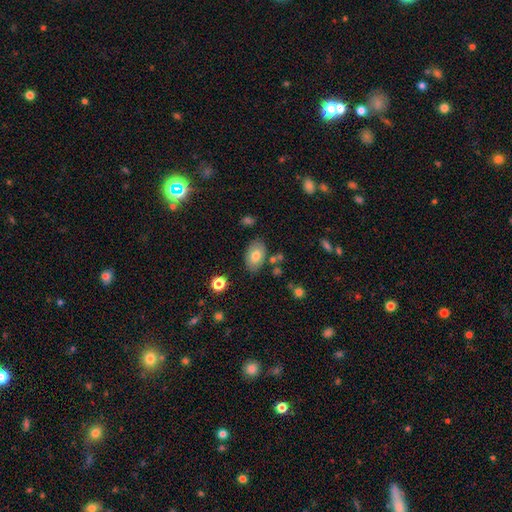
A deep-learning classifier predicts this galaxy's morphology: A smooth galaxy with no disk features (75%) that is in between round and cigar-shaped (91%). Merging: none (78%).